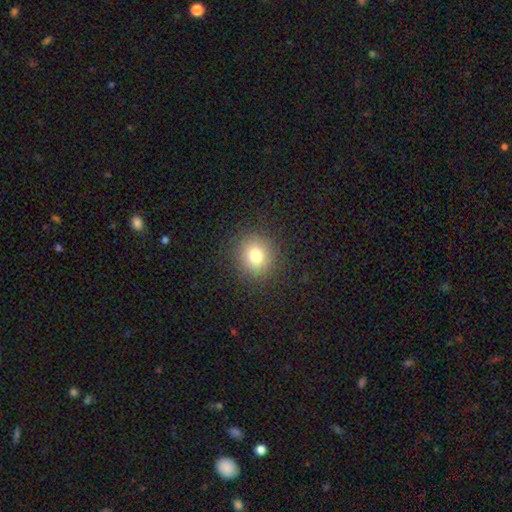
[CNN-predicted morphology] Overall: smooth (77%). How rounded: round (89%). Merging: none (89%).